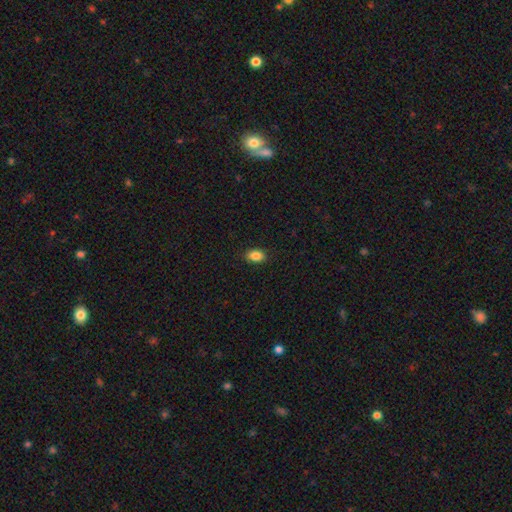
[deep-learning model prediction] smooth-or-featured: smooth: 86% | star or artifact: 9% | featured or disk: 5%
  how-rounded: in between: 85% | round: 14% | cigar-shaped: 1%
  merging: none: 89% | minor disturbance: 8% | major disturbance: 2% | merger: 1%